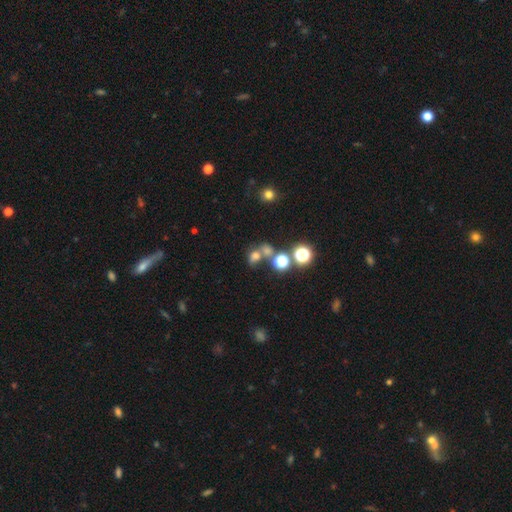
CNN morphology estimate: Smooth or featured? smooth (63%)
How rounded? round (61%)
Merging? none (41%)